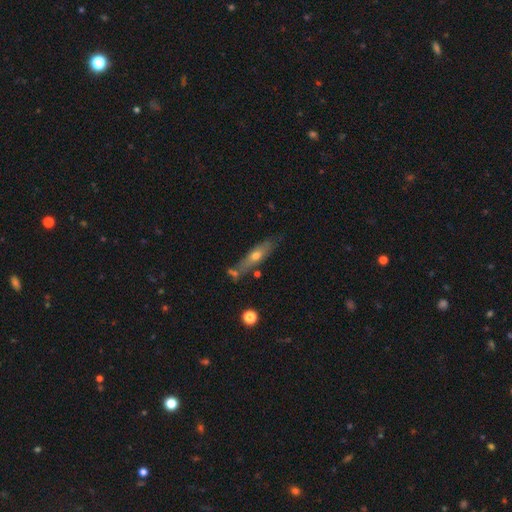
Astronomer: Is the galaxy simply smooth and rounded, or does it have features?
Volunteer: smooth — 50%, tied with featured or disk at 50%.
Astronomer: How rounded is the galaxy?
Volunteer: cigar-shaped — 68%.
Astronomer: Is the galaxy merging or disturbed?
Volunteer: none — 39%, tied with minor disturbance at 39%.